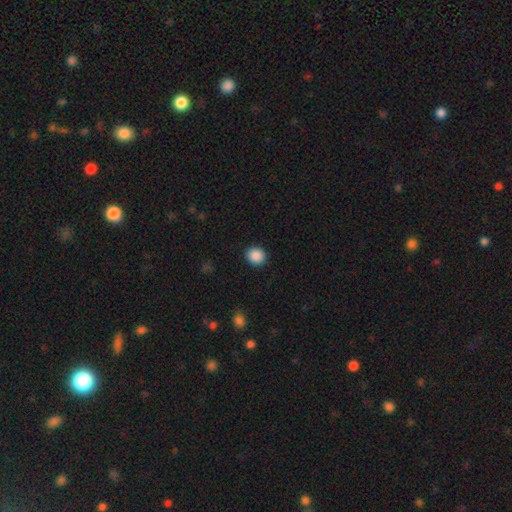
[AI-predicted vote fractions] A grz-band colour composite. It shows a smooth galaxy with no disk features (89%) that is round (84%). Merging: none (91%).